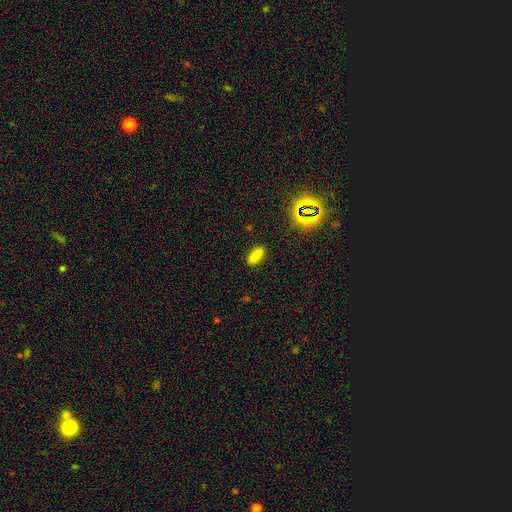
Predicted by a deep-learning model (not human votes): Smooth or featured? smooth (81%)
How rounded? in between (76%)
Merging? none (88%)